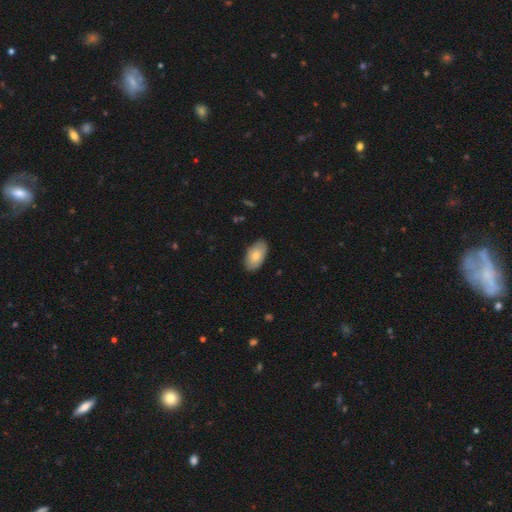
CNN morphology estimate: Overall: smooth (76%). How rounded: in between (94%). Merging: none (84%).